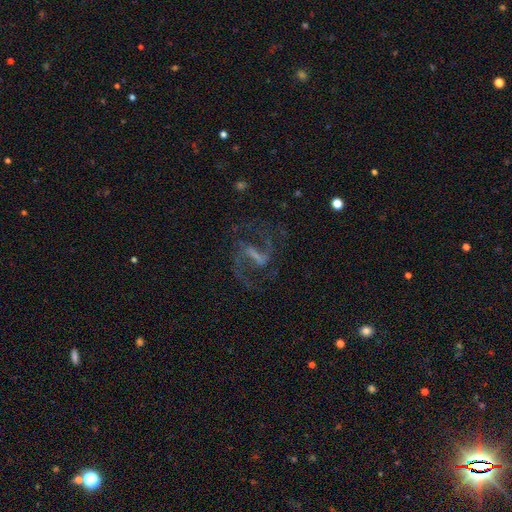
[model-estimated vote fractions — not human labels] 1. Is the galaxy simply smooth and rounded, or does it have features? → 86% featured or disk, 8% star or artifact, 6% smooth.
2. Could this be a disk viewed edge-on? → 97% no, 3% yes.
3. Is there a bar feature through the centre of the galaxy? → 56% strong, 35% weak, 9% no.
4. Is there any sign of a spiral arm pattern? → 95% yes, 5% no.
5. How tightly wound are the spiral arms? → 55% medium, 34% loose, 11% tight.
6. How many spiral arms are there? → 92% 2, 3% can't tell, 2% 1, 1% 3, 1% 4, 1% more than 4.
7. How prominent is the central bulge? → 49% none, 29% small, 17% moderate, 4% large, 1% dominant.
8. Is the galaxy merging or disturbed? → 72% none, 14% major disturbance, 12% minor disturbance, 2% merger.